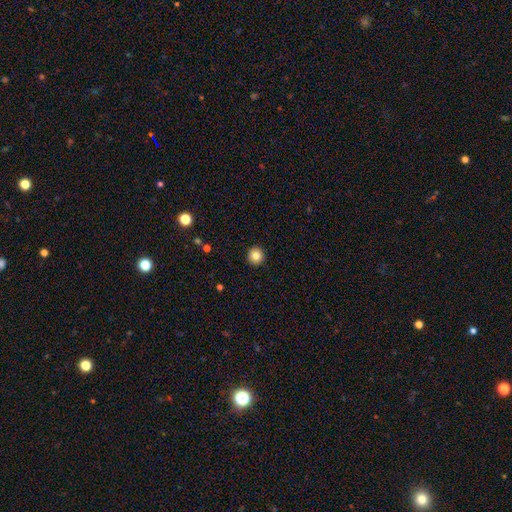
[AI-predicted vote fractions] Smooth or featured? smooth (84%)
How rounded? round (95%)
Merging? none (93%)